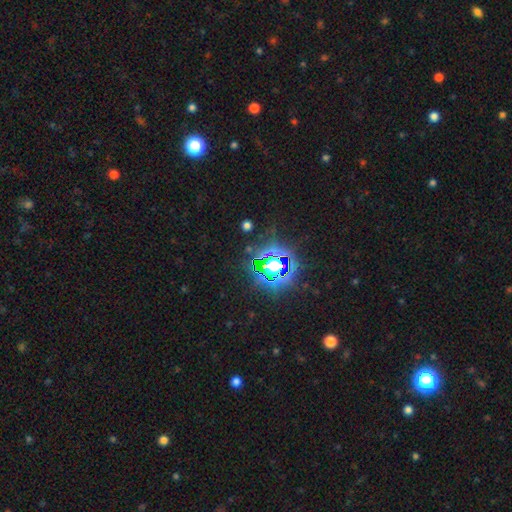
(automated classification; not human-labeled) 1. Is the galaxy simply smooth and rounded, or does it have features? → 84% star or artifact, 10% smooth, 6% featured or disk.